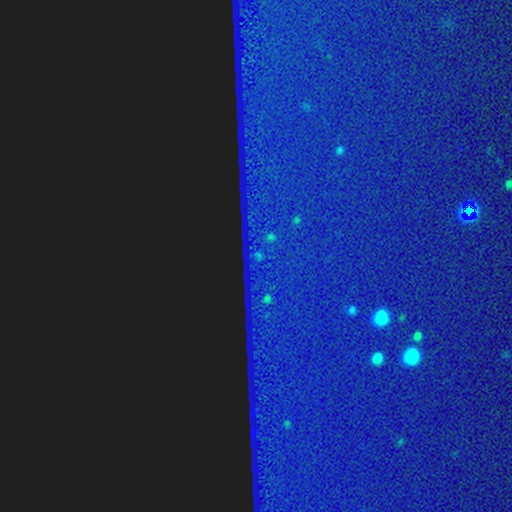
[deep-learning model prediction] Smooth or featured: star or artifact — 84% (featured or disk — 8%)